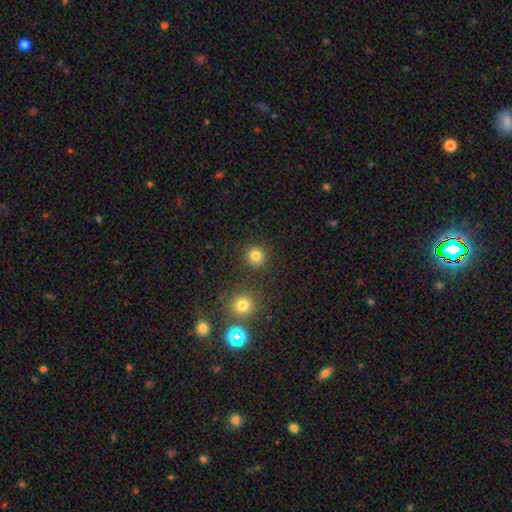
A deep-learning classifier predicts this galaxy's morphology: Smooth or featured: smooth — 81% (star or artifact — 14%)
How rounded: round — 93% (in between — 6%)
Merging: none — 89% (minor disturbance — 5%)